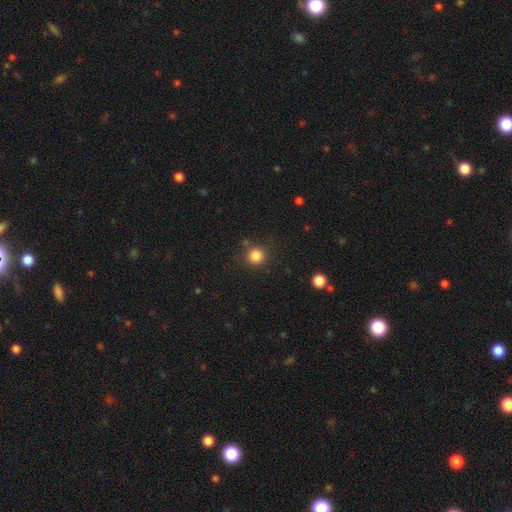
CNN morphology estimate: Smooth or featured? smooth (84%)
How rounded? round (93%)
Merging? none (85%)